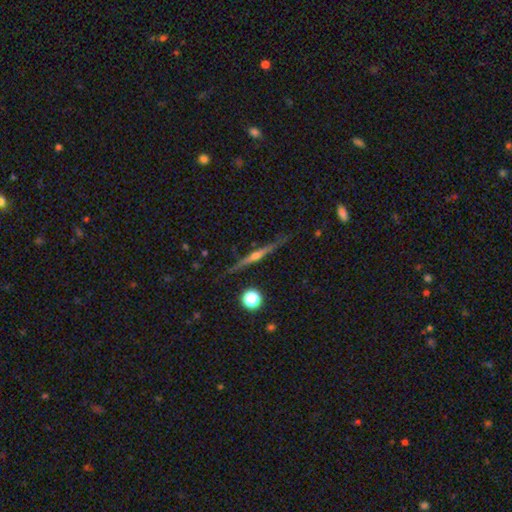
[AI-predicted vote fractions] This appears to be a featured or disk galaxy (76%) viewed edge-on (98%) with a rounded central bulge (87%). Merging: none (87%).